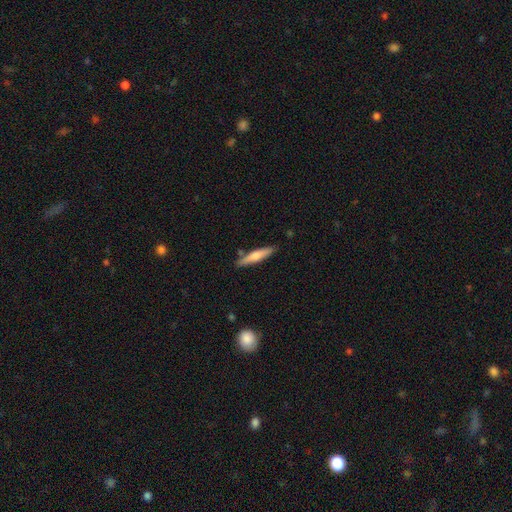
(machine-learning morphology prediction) type=smooth (62%); roundness=cigar-shaped (87%); merging=none (84%).